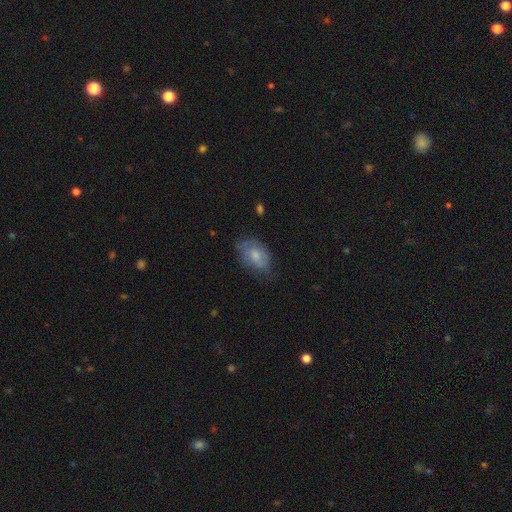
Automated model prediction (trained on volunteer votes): This appears to be a smooth galaxy with no disk features (63%) that is in between round and cigar-shaped (83%). Merging: none (53%).